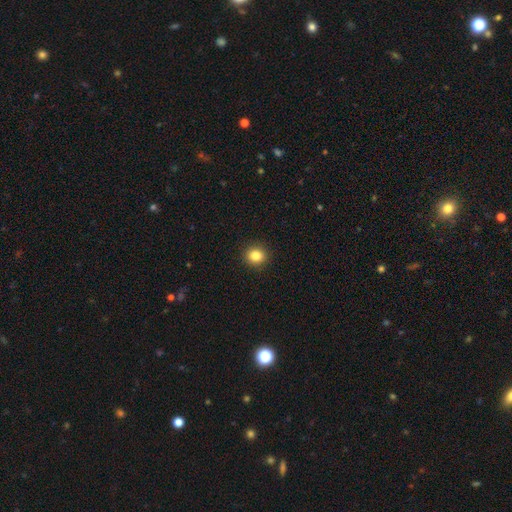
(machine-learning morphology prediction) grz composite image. It shows a smooth galaxy with no disk features (84%) that is round (84%). Merging: none (92%).